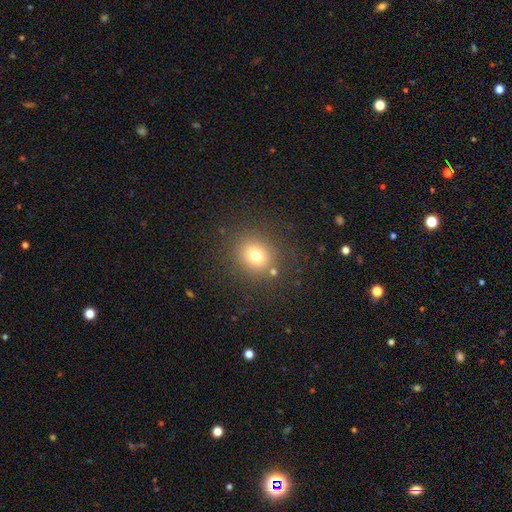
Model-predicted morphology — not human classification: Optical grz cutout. It shows a smooth galaxy with no disk features (75%) that is round (78%). Merging: none (83%).